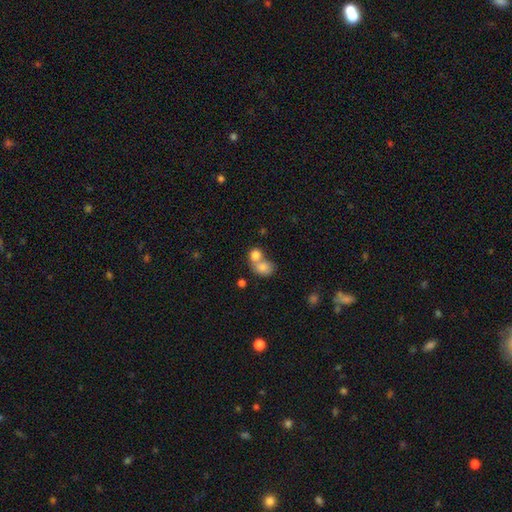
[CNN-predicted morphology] A smooth galaxy with no disk features (81%) that is round (63%). Merging: merger (64%).